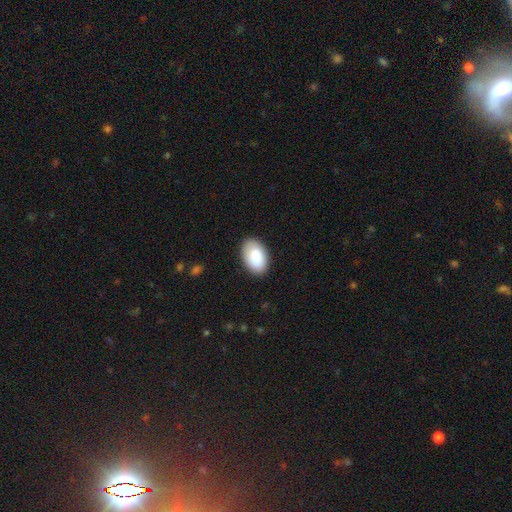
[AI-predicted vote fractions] Overall: smooth (83%). How rounded: in between (93%). Merging: none (86%).